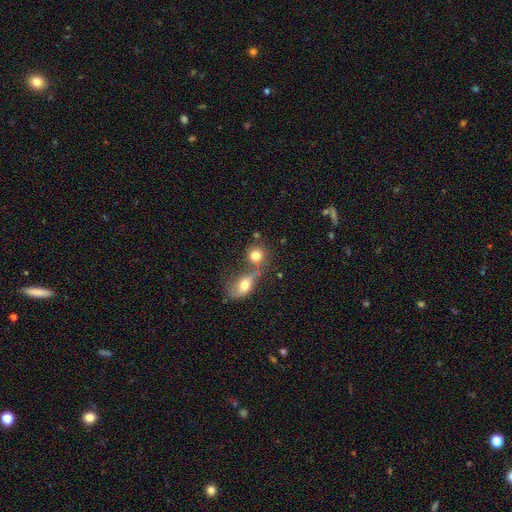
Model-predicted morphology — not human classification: type=smooth (77%); roundness=round (78%); merging=merger (44%).